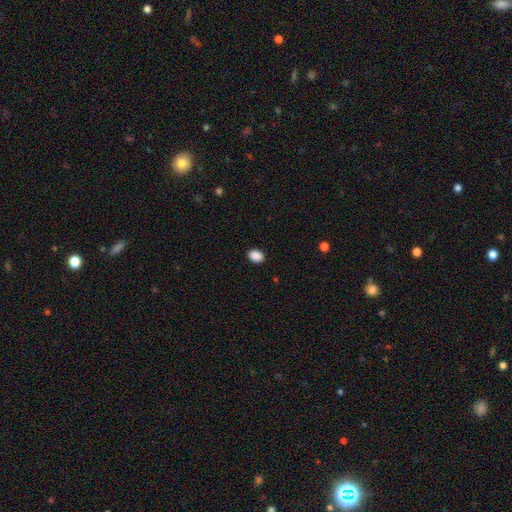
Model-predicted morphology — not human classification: smooth-or-featured: smooth: 90% | star or artifact: 8% | featured or disk: 2%
  how-rounded: in between: 70% | round: 29% | cigar-shaped: 1%
  merging: none: 90% | minor disturbance: 7% | major disturbance: 2% | merger: 1%